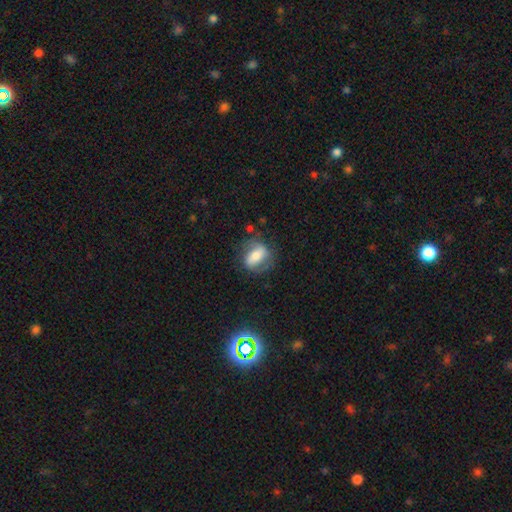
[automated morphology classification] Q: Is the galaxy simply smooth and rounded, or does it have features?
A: smooth — 51%.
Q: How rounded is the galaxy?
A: in between — 72%.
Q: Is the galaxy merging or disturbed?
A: none — 64%.